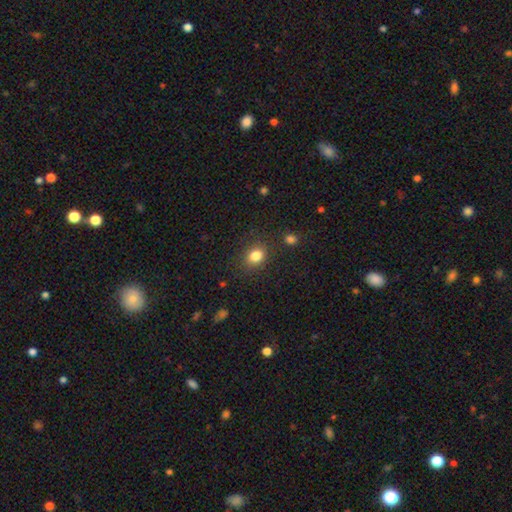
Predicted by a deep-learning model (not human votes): Smooth or featured?
  - smooth: 83% *
  - star or artifact: 11%
  - featured or disk: 5%
How rounded?
  - round: 50% *
  - in between: 49%
  - cigar-shaped: 1%
Merging?
  - none: 83% *
  - minor disturbance: 11%
  - major disturbance: 3%
  - merger: 3%